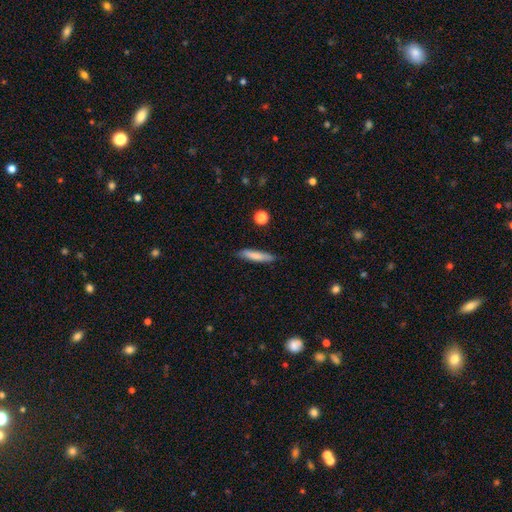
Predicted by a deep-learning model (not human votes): Smooth or featured? smooth (78%)
How rounded? cigar-shaped (84%)
Merging? none (85%)